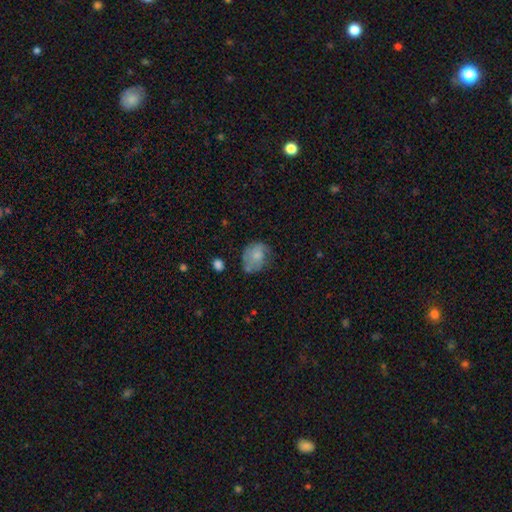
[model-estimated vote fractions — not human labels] Smooth or featured? Predicted: smooth (p=0.58). How rounded? Predicted: in between (p=0.52). Merging? Predicted: none (p=0.47).